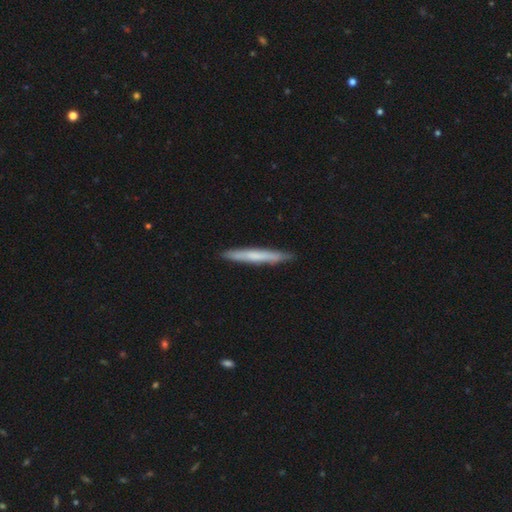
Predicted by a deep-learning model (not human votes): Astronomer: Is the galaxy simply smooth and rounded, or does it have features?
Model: smooth — 59% (runner-up: featured or disk, 36%).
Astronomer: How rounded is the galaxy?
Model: cigar-shaped — 96%.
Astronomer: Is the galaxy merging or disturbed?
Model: none — 90%.